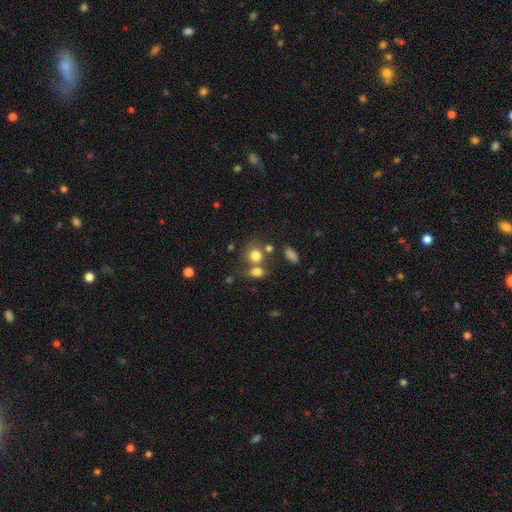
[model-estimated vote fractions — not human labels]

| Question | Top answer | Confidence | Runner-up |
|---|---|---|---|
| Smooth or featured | smooth | 78% | star or artifact (12%) |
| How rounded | round | 72% | in between (26%) |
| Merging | none | 50% | merger (32%) |